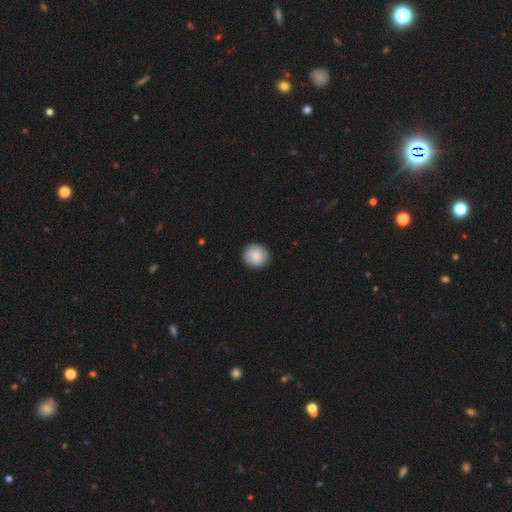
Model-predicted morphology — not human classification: A smooth galaxy with no disk features (85%) that is round (91%). Merging: none (89%).